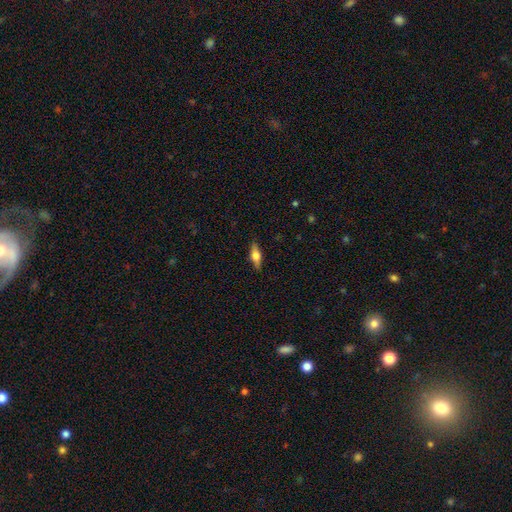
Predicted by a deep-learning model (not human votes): Smooth or featured?
  - featured or disk: 50% *
  - smooth: 42%
  - star or artifact: 7%
Edge-on disk?
  - yes: 93% *
  - no: 7%
Merging?
  - none: 87% *
  - minor disturbance: 10%
  - major disturbance: 2%
  - merger: 1%